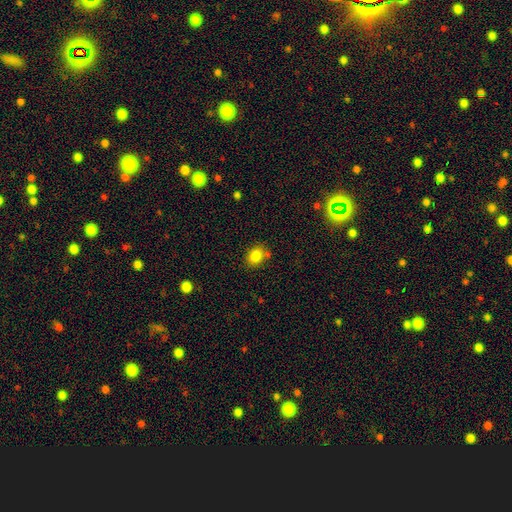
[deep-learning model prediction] smooth 83%, star or artifact 10%, featured or disk 7%. Down the decision tree: how rounded — in between (53%); merging — none (73%).